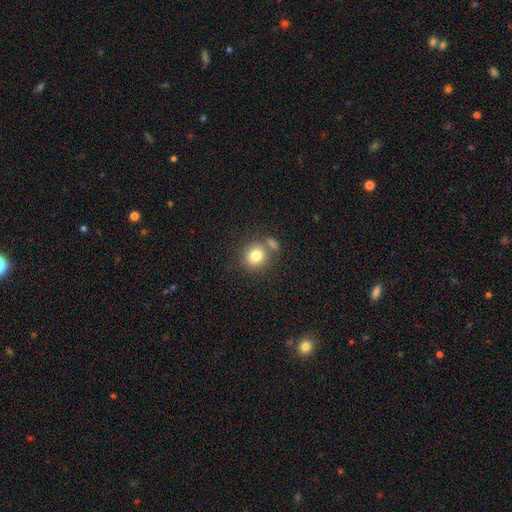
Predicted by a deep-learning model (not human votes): smooth-or-featured: smooth: 80% | star or artifact: 11% | featured or disk: 9%
  how-rounded: round: 83% | in between: 16% | cigar-shaped: 1%
  merging: none: 65% | merger: 20% | minor disturbance: 11% | major disturbance: 4%